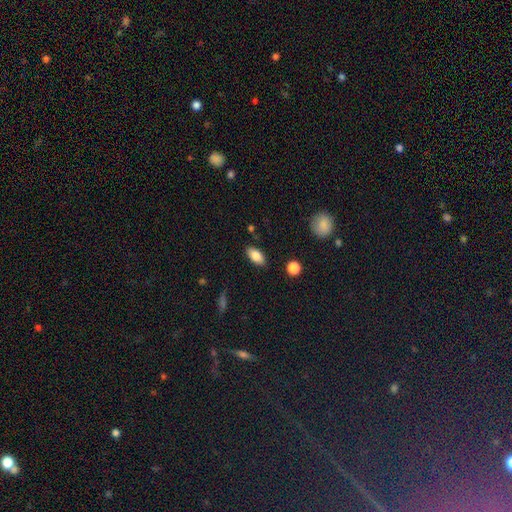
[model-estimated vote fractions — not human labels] Smooth or featured? smooth (83%)
How rounded? in between (91%)
Merging? none (86%)